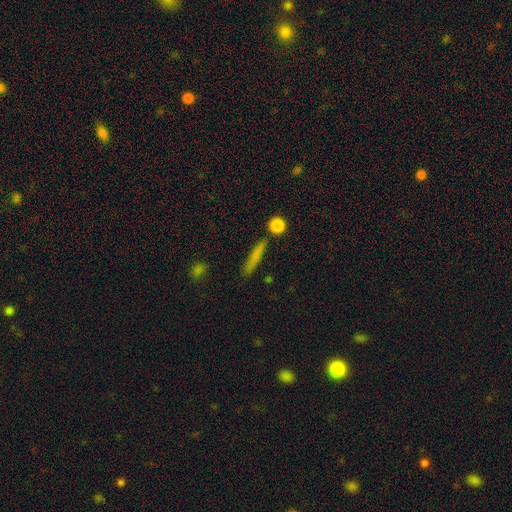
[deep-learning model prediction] smooth_or_featured: smooth (p=0.70) [alt: featured or disk p=0.21]
how_rounded: cigar-shaped (p=0.89) [alt: in between p=0.07]
merging: none (p=0.82) [alt: minor disturbance p=0.11]